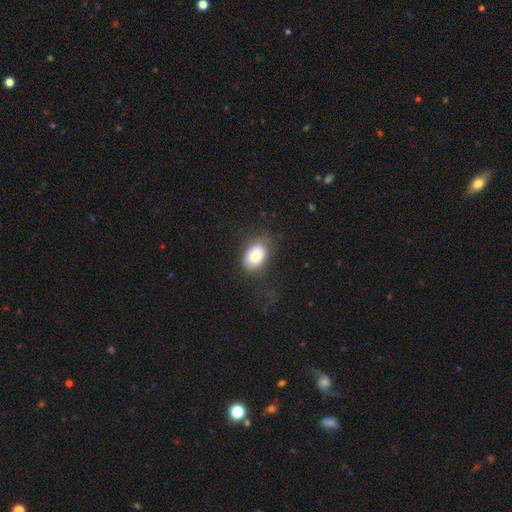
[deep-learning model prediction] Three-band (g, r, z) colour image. It shows a smooth galaxy with no disk features (80%) that is in between round and cigar-shaped (82%). Merging: none (74%).